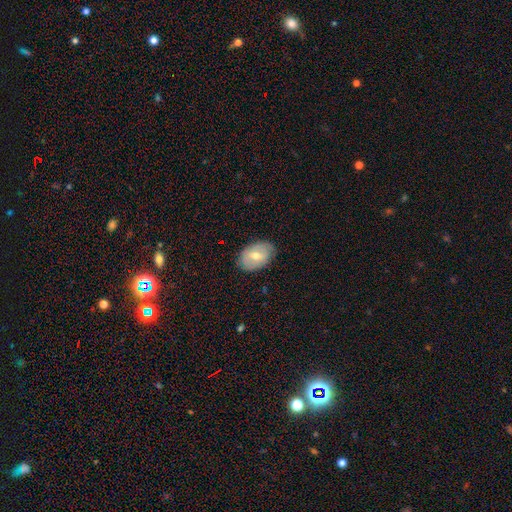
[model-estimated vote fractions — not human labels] Morphology: type=smooth (51%); roundness=in between (85%); merging=none (82%).